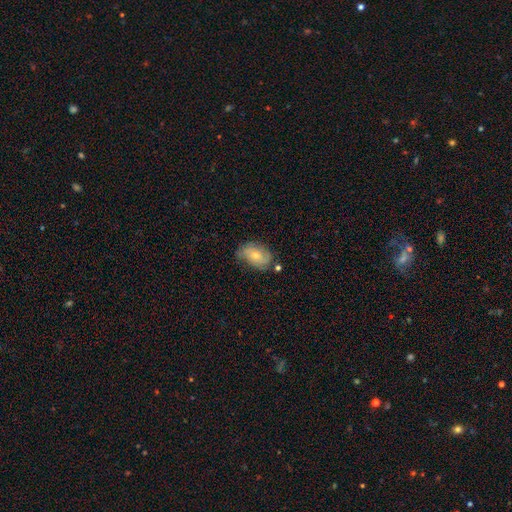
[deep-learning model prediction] Q: Smooth or featured?
A: featured or disk (47%); runner-up: smooth (45%)
Q: Merging?
A: none (59%); runner-up: minor disturbance (28%)